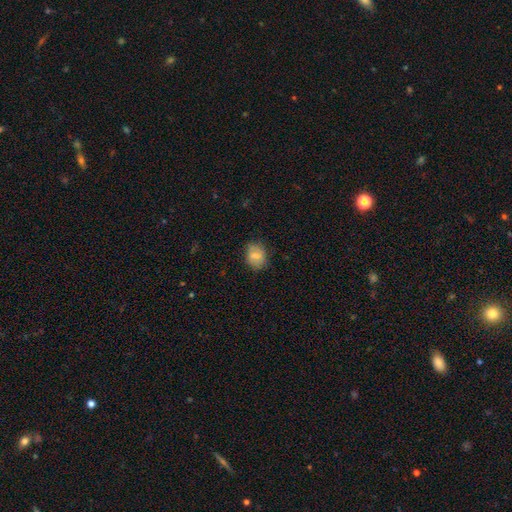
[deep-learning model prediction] smooth 70%, featured or disk 21%, star or artifact 9%. Down the decision tree: how rounded — in between (54%); merging — none (75%).